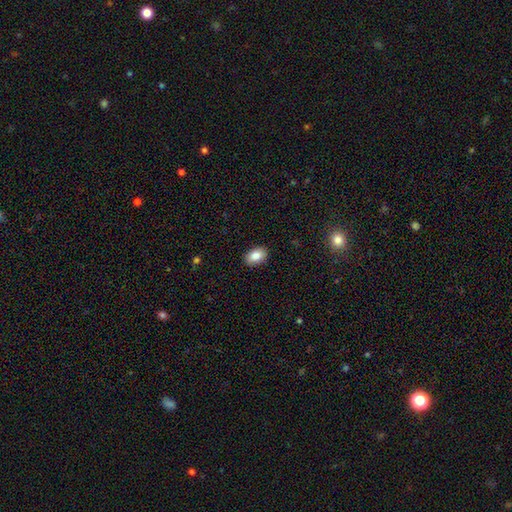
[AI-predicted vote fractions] This appears to be a smooth galaxy with no disk features (85%) that is in between round and cigar-shaped (86%). Merging: none (89%).